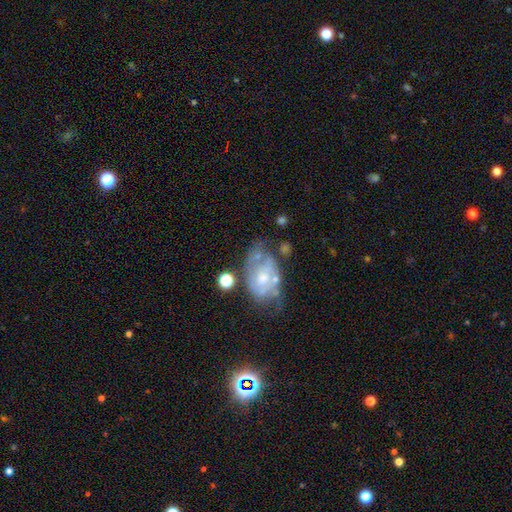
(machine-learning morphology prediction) type=featured or disk (70%); edge-on=no (96%); bar=no (66%); spiral arms=yes (69%); bulge=moderate (46%); merging=none (44%).